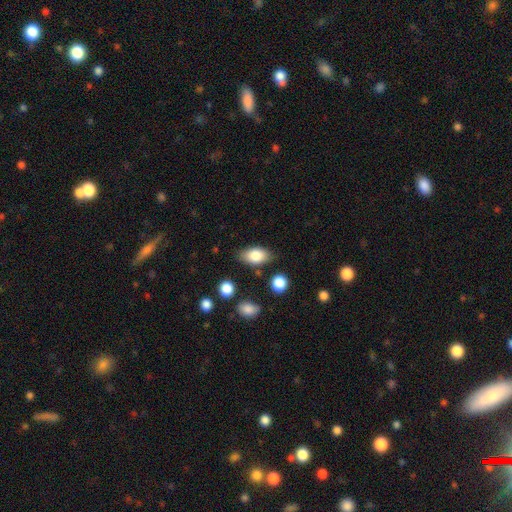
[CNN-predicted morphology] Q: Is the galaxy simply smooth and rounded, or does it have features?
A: smooth — 81%.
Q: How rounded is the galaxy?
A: in between — 91%.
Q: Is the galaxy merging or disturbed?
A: none — 80%.